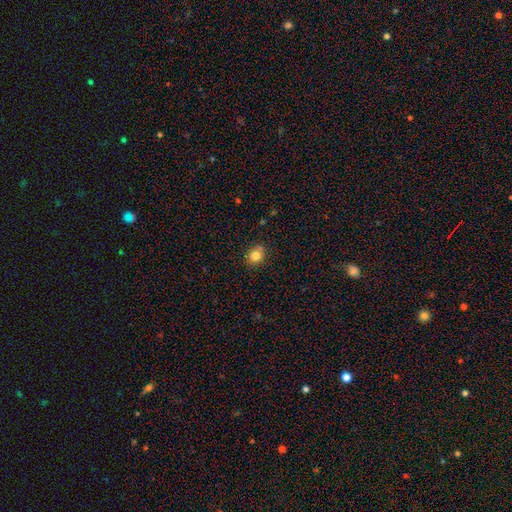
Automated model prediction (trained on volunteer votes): Smooth or featured?
  - smooth: 82% *
  - star or artifact: 12%
  - featured or disk: 7%
How rounded?
  - round: 78% *
  - in between: 21%
  - cigar-shaped: 1%
Merging?
  - none: 82% *
  - minor disturbance: 12%
  - merger: 3%
  - major disturbance: 3%